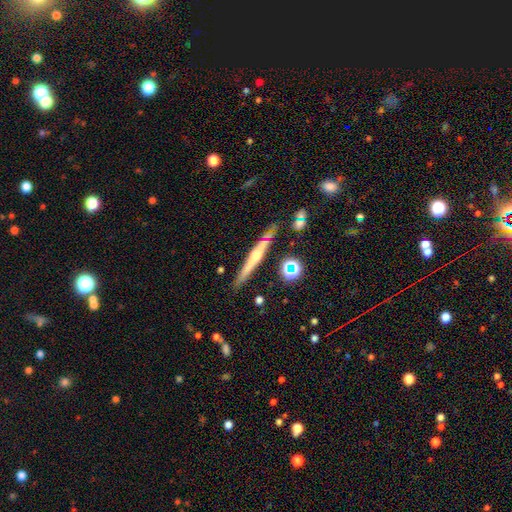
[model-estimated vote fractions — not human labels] The model was most divided on "smooth or featured": featured or disk: 62%, smooth: 28%, star or artifact: 10%. More confident: edge-on disk — yes (95%); merging — none (80%); edge-on bulge — rounded (70%).